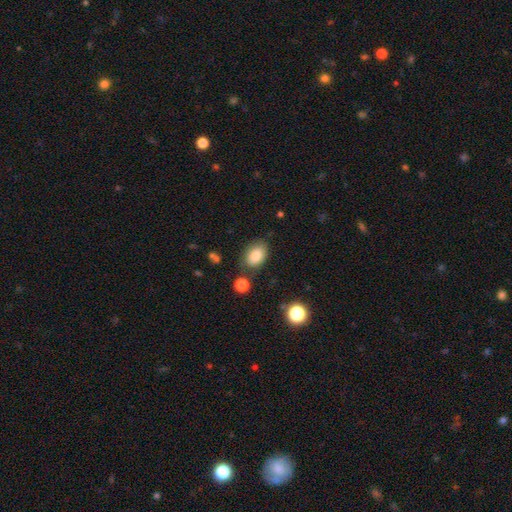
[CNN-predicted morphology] Overall: smooth (84%). How rounded: in between (86%). Merging: none (75%).